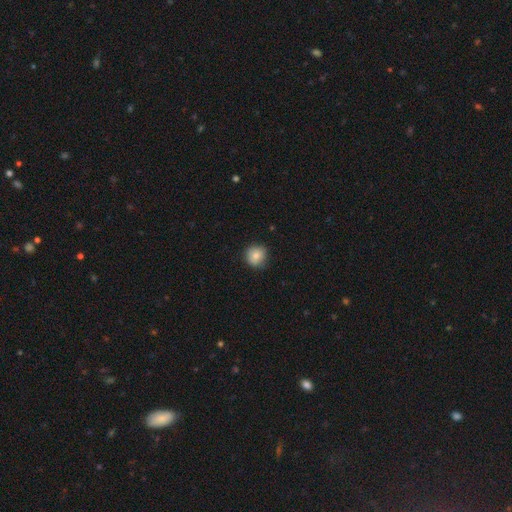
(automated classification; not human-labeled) Q: Smooth or featured?
A: smooth (80%); runner-up: featured or disk (11%)
Q: How rounded?
A: round (91%); runner-up: in between (8%)
Q: Merging?
A: none (83%); runner-up: minor disturbance (14%)